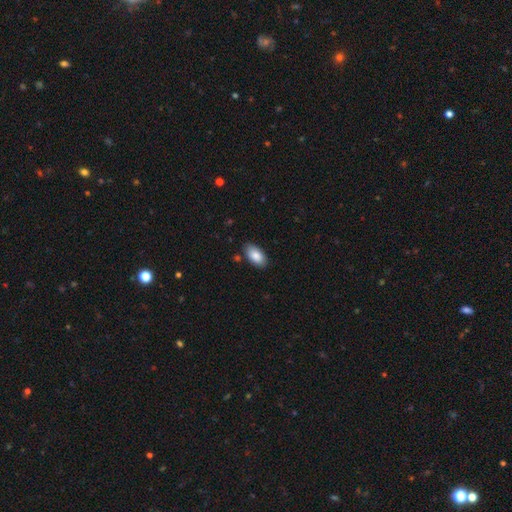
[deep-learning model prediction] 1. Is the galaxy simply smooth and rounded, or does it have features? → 87% smooth, 6% star or artifact, 6% featured or disk.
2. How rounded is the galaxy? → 94% in between, 3% cigar-shaped, 3% round.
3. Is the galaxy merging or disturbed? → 84% none, 12% minor disturbance, 2% major disturbance, 2% merger.